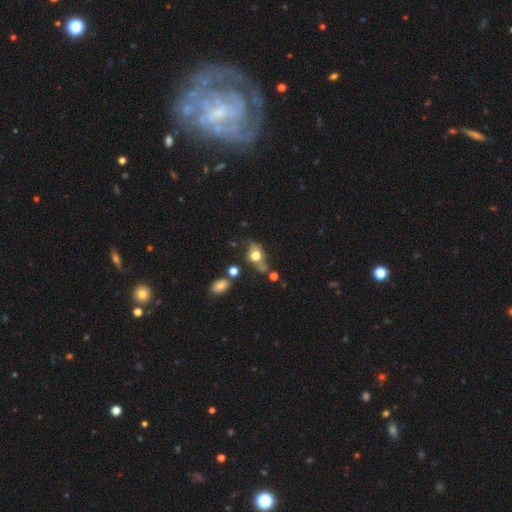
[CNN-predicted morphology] smooth-or-featured: smooth: 62% | featured or disk: 27% | star or artifact: 11%
  how-rounded: in between: 62% | round: 32% | cigar-shaped: 6%
  merging: none: 46% | minor disturbance: 24% | merger: 17% | major disturbance: 13%